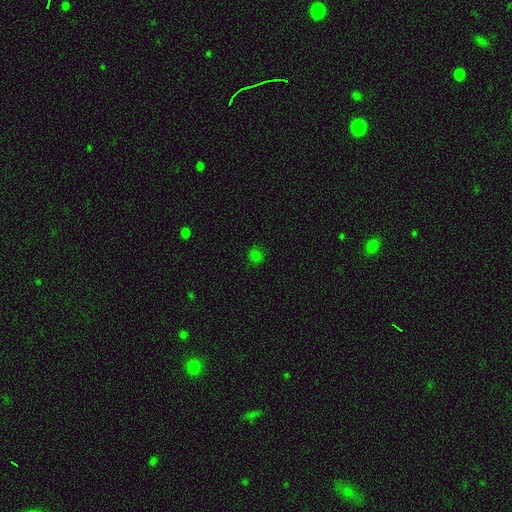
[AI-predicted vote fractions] Morphology: type=smooth (74%); roundness=round (84%); merging=none (85%).